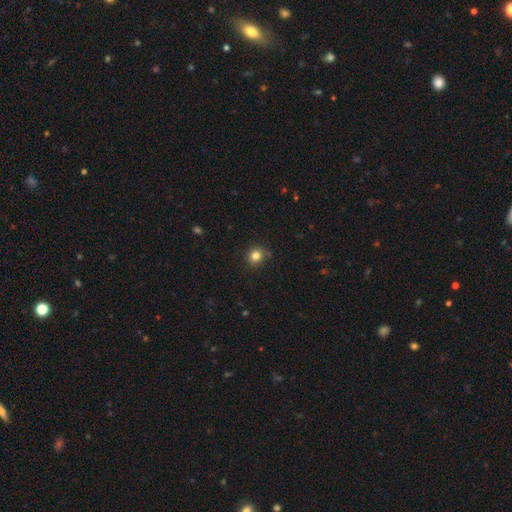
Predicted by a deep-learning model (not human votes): smooth 82%, star or artifact 13%, featured or disk 5%. Down the decision tree: how rounded — round (91%); merging — none (85%).